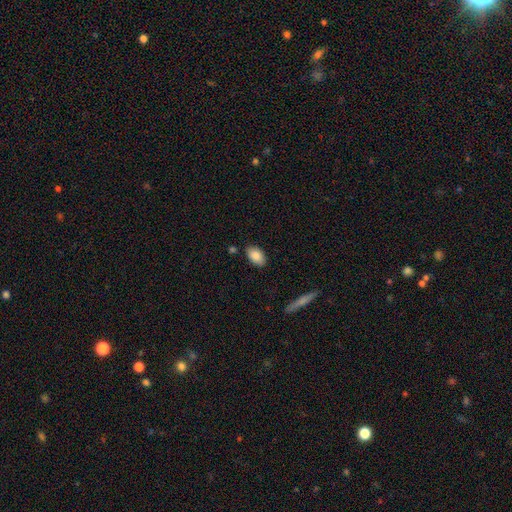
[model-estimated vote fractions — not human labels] smooth-or-featured: smooth: 87% | star or artifact: 6% | featured or disk: 6%
  how-rounded: in between: 92% | round: 6% | cigar-shaped: 2%
  merging: none: 84% | minor disturbance: 11% | merger: 3% | major disturbance: 2%